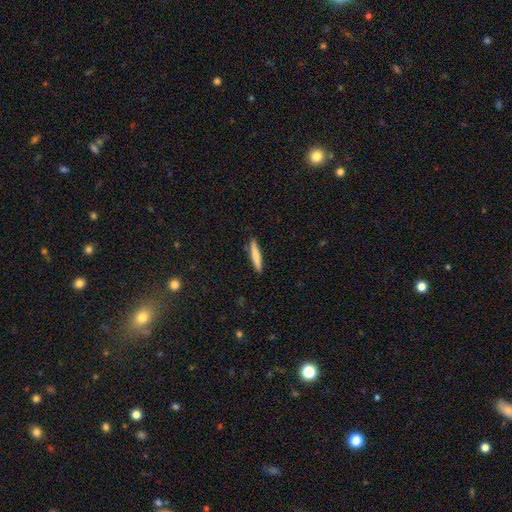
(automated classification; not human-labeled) Morphology: type=smooth (79%); roundness=cigar-shaped (91%); merging=none (88%).